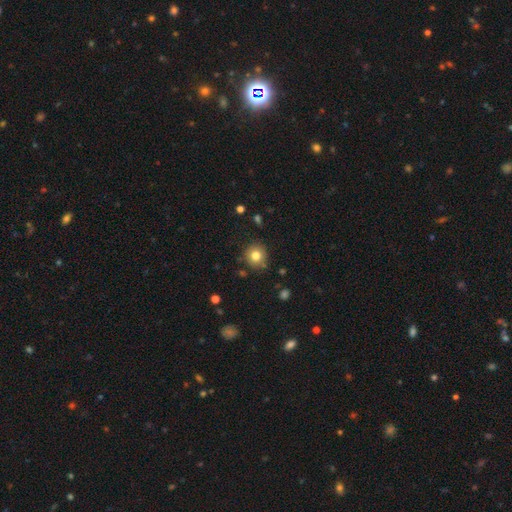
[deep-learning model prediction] The model was most divided on "smooth or featured": smooth: 80%, star or artifact: 11%, featured or disk: 9%. More confident: how rounded — round (90%); merging — none (84%).